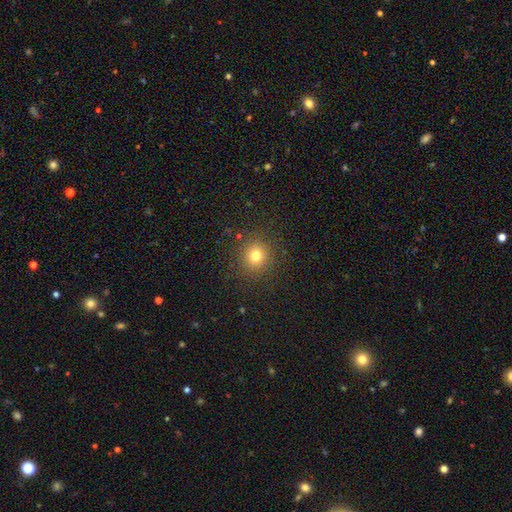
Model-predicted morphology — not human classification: This is likely a smooth galaxy (77%). How rounded: clearly round (90%). Merging: clearly none (89%).